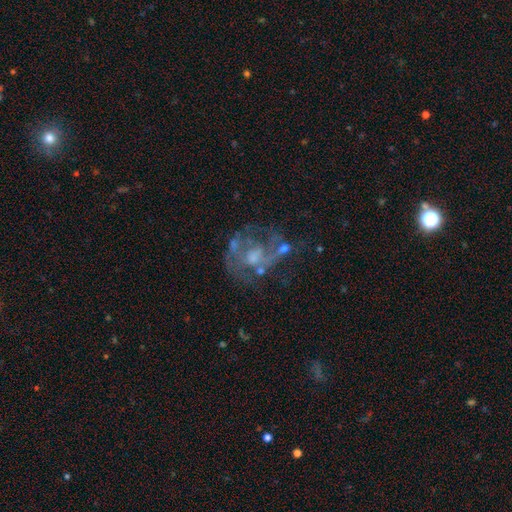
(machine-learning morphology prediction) Overall: featured or disk (72%). Edge-on disk: no (98%). Bar: no (70%). Spiral arms: yes (53%; no 47%). Bulge size: moderate (40%; small 33%). Merging: none (43%; major disturbance 28%).